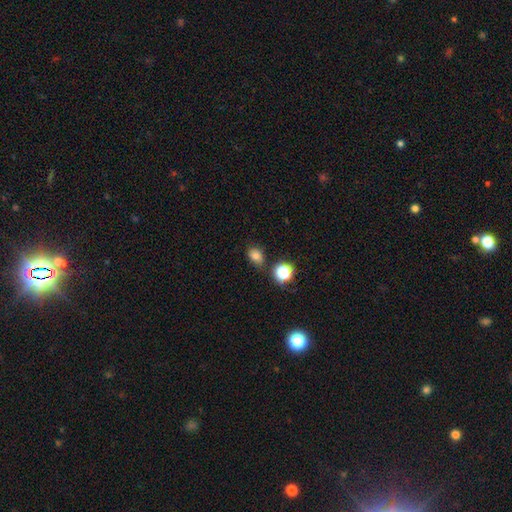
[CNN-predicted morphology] Smooth or featured: smooth — 77% (star or artifact — 17%)
How rounded: in between — 59% (round — 40%)
Merging: none — 74% (minor disturbance — 16%)